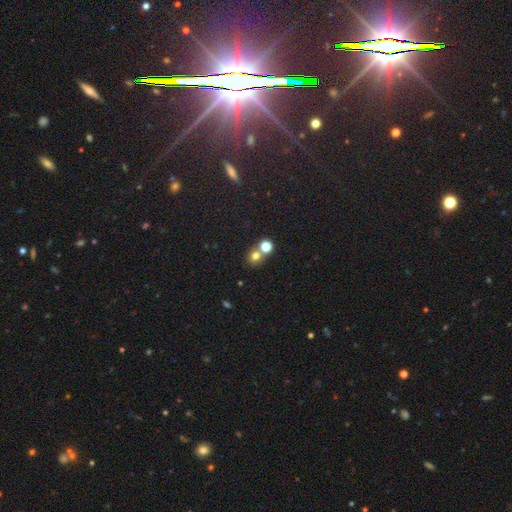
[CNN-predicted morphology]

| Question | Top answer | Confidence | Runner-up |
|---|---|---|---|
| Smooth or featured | smooth | 73% | star or artifact (17%) |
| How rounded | round | 78% | in between (21%) |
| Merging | none | 51% | merger (39%) |